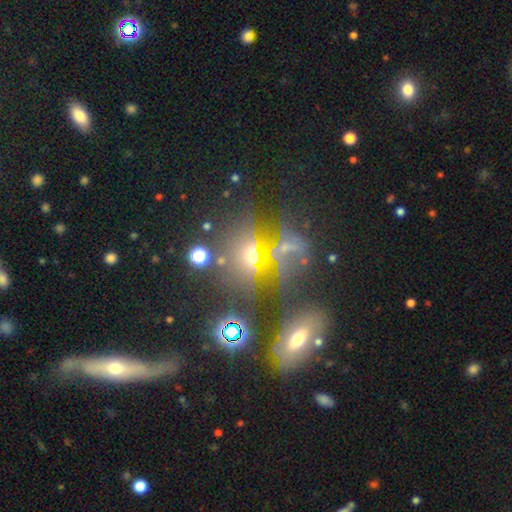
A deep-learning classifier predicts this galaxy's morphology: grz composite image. It shows a star or artifact, not a galaxy (47%).